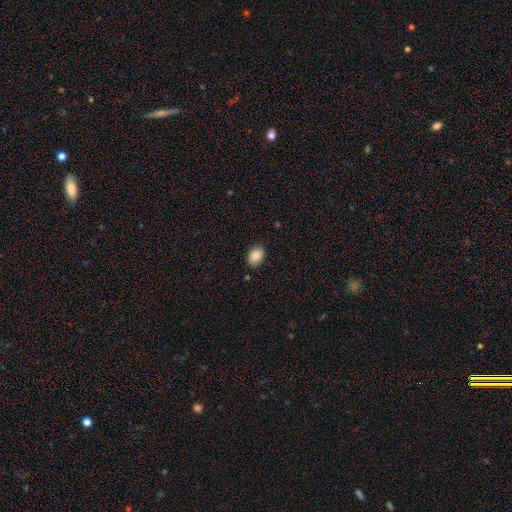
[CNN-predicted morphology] Smooth or featured? smooth (88%)
How rounded? in between (74%)
Merging? none (85%)